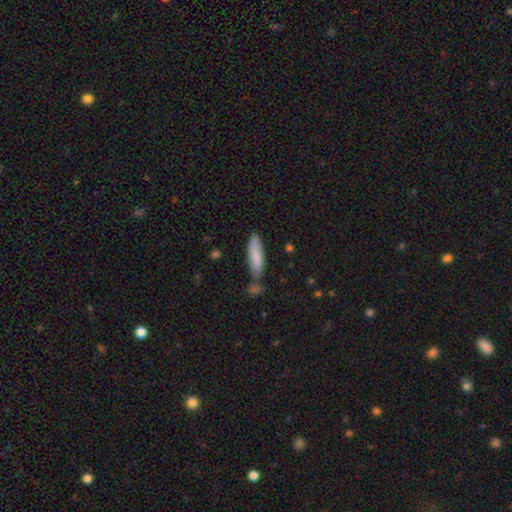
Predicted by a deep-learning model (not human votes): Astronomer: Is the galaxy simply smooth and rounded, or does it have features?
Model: smooth — 84%.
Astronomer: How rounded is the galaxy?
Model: cigar-shaped — 70%.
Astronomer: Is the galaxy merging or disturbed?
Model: none — 74%.